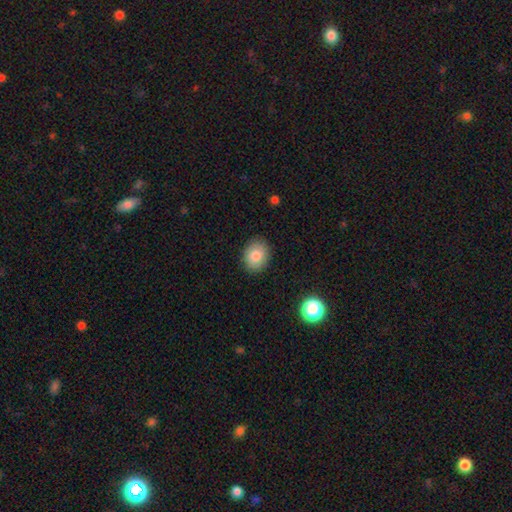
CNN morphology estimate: A smooth galaxy with no disk features (83%) that is in between round and cigar-shaped (52%). Merging: none (88%).